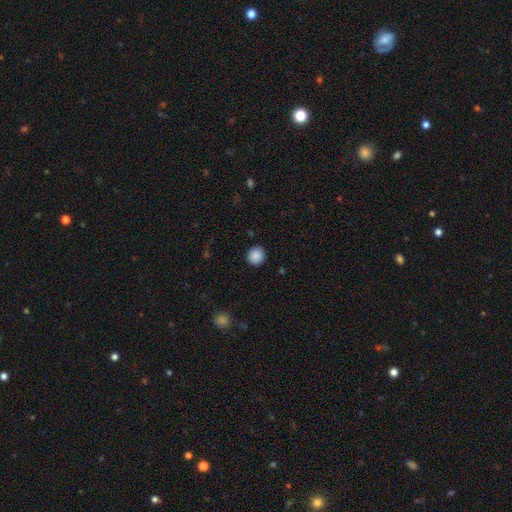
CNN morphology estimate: This appears to be a smooth galaxy with no disk features (88%) that is round (93%). Merging: none (90%).